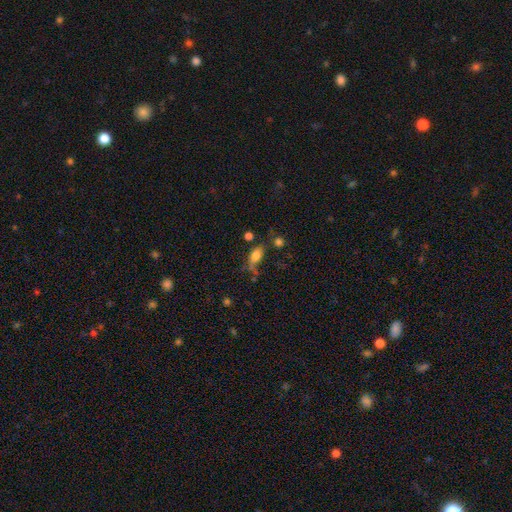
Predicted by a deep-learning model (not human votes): This appears to be a smooth galaxy with no disk features (78%) that is in between round and cigar-shaped (88%). Merging: none (53%).